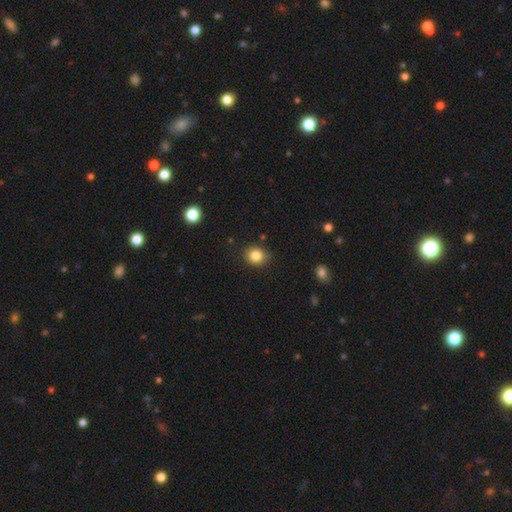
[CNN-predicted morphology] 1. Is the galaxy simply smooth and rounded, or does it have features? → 84% smooth, 11% star or artifact, 5% featured or disk.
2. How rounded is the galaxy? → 73% round, 26% in between, 1% cigar-shaped.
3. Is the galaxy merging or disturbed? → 84% none, 12% minor disturbance, 2% major disturbance, 2% merger.